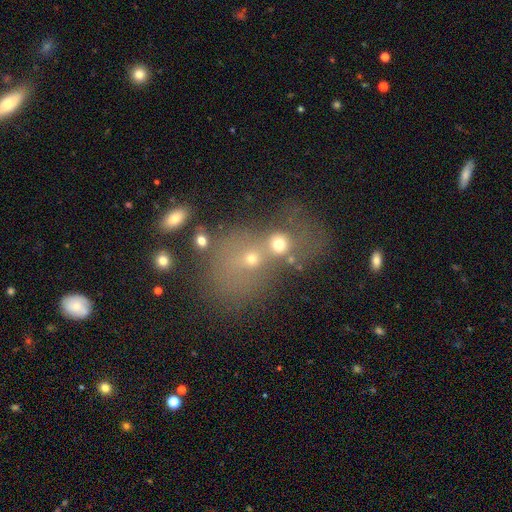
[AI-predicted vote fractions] Smooth or featured: smooth — 44% (star or artifact — 31%)
Merging: merger — 64% (none — 25%)